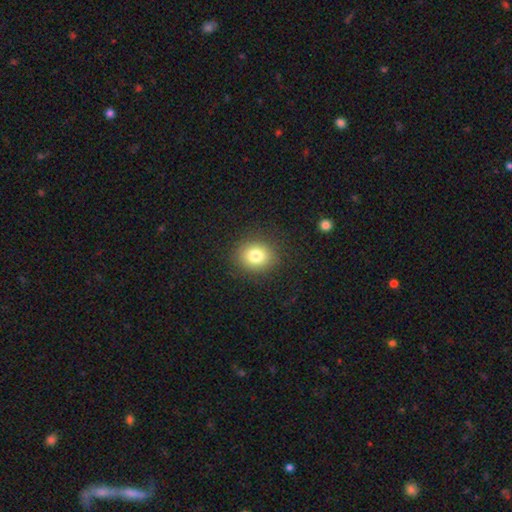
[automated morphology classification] This appears to be a smooth galaxy with no disk features (80%) that is round (76%). Merging: none (88%).